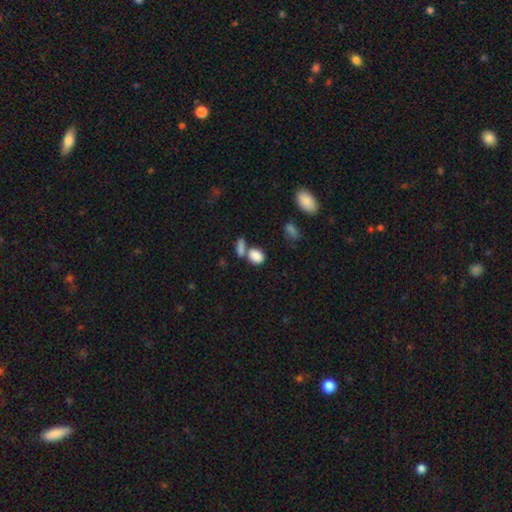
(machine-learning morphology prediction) Smooth or featured: smooth — 85% (star or artifact — 9%)
How rounded: in between — 63% (round — 34%)
Merging: none — 44% (merger — 39%)